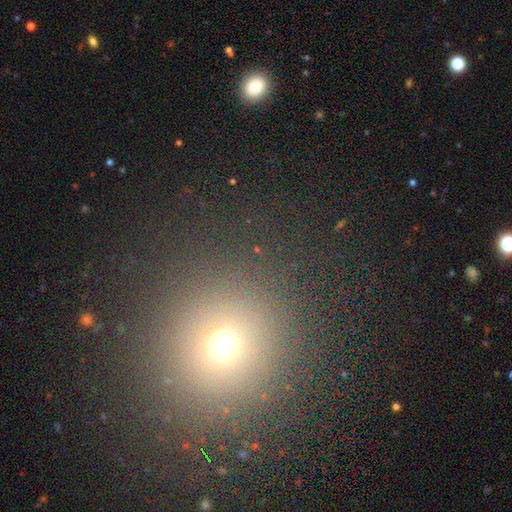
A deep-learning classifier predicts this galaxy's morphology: This is likely a smooth galaxy (61%). How rounded: clearly round (94%). Merging: clearly none (89%).